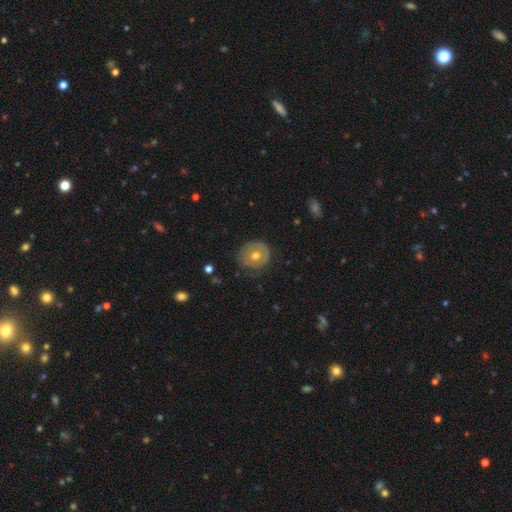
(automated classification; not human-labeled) Smooth or featured? Predicted: smooth (p=0.49). Merging? Predicted: none (p=0.72).